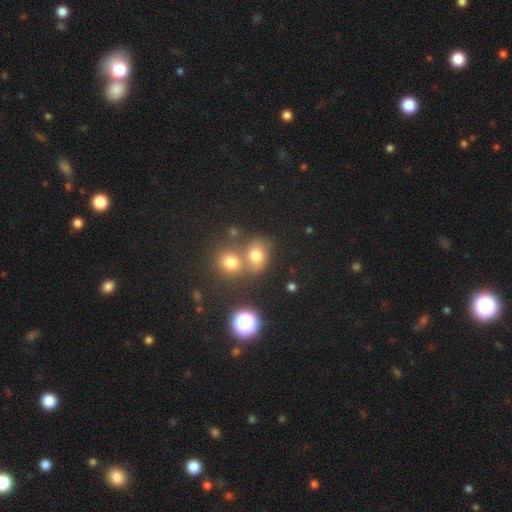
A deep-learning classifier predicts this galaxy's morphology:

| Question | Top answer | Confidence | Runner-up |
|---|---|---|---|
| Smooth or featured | smooth | 69% | star or artifact (19%) |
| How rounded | round | 55% | in between (44%) |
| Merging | none | 47% | merger (38%) |